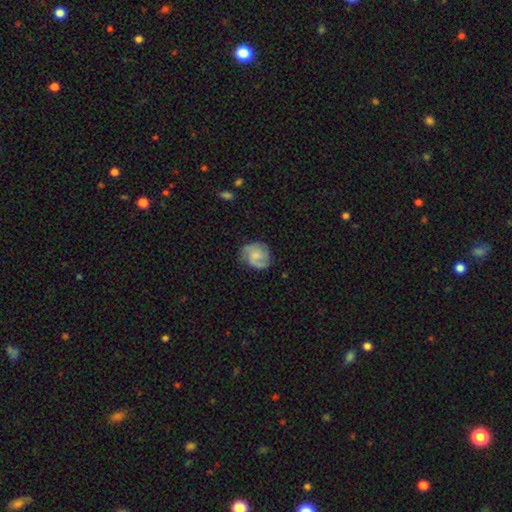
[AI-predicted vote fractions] This is likely a featured or disk galaxy (71%). It is clearly not viewed edge-on (98%). Bar: likely no (61%). Spiral arm pattern: clearly yes (94%). Spiral arm count: likely 2 (68%). Spiral winding: possibly medium (48%). Central bulge: marginally small (42%). Merging: likely none (70%).